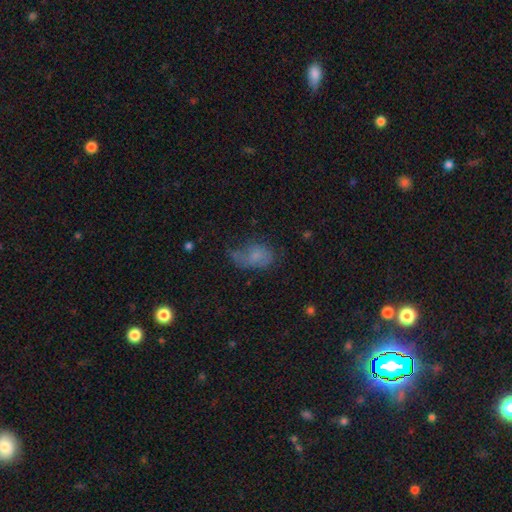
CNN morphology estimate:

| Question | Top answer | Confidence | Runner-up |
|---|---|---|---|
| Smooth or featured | smooth | 60% | featured or disk (26%) |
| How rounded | in between | 85% | round (12%) |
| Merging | none | 33% | minor disturbance (31%) |